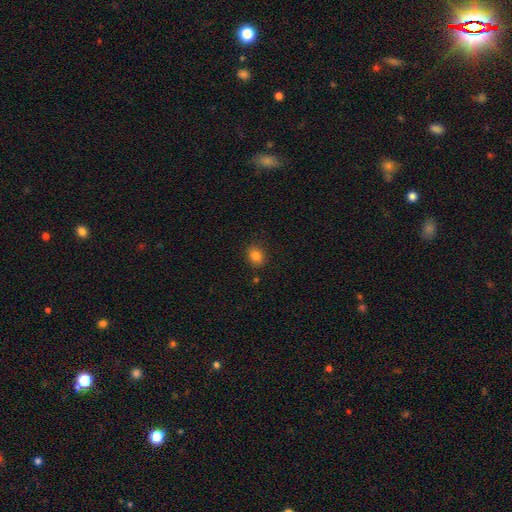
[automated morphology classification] Smooth or featured: smooth — 83% (star or artifact — 12%)
How rounded: round — 51% (in between — 48%)
Merging: none — 86% (minor disturbance — 10%)